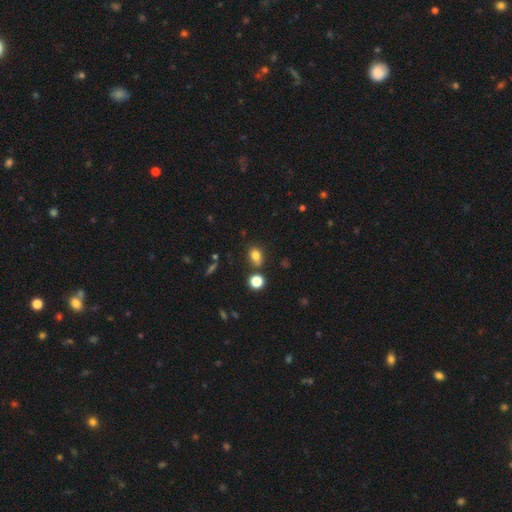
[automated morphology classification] smooth-or-featured: smooth: 80% | star or artifact: 13% | featured or disk: 7%
  how-rounded: in between: 66% | round: 32% | cigar-shaped: 2%
  merging: none: 70% | minor disturbance: 15% | merger: 11% | major disturbance: 4%